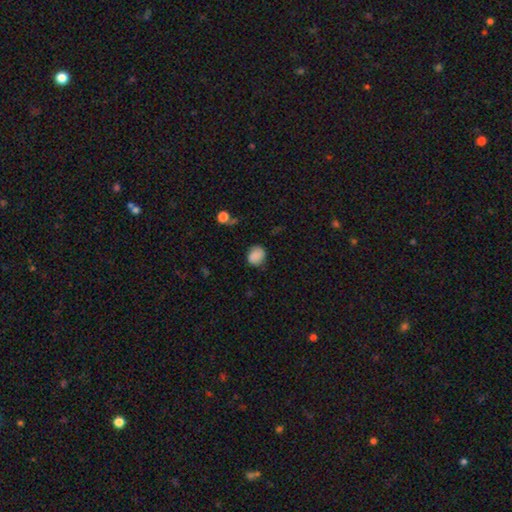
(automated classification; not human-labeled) Smooth or featured?
  - smooth: 84% *
  - star or artifact: 10%
  - featured or disk: 7%
How rounded?
  - round: 63% *
  - in between: 37%
  - cigar-shaped: 1%
Merging?
  - none: 74% *
  - minor disturbance: 19%
  - major disturbance: 5%
  - merger: 2%